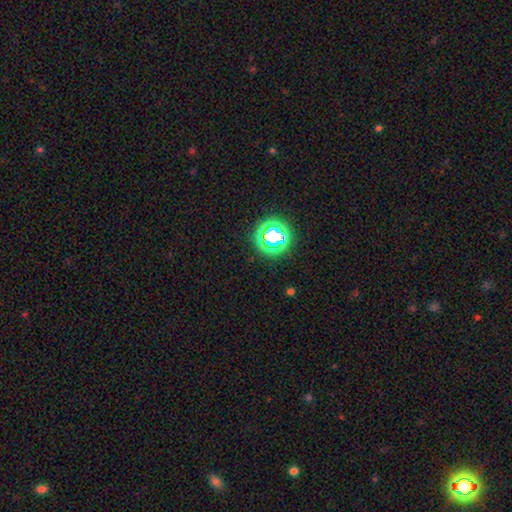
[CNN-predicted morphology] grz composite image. It shows a star or artifact, not a galaxy (74%).